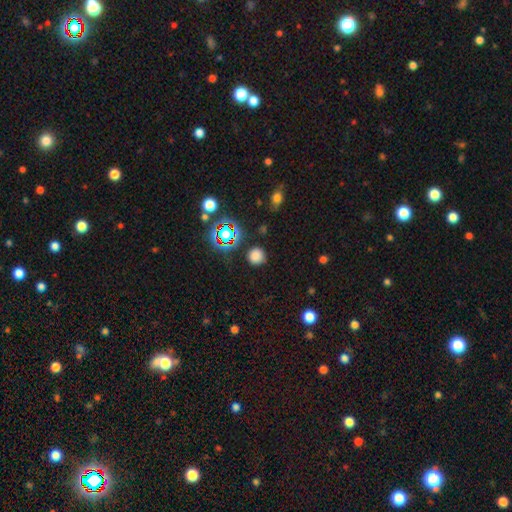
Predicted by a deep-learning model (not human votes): This appears to be a smooth galaxy with no disk features (74%) that is round (92%). Merging: none (86%).